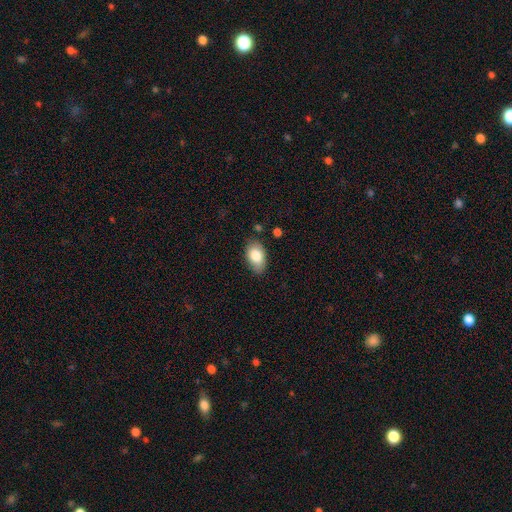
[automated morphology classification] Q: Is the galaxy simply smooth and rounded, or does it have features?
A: smooth — 82%.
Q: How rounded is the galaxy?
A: in between — 92%.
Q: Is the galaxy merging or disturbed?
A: none — 79%.